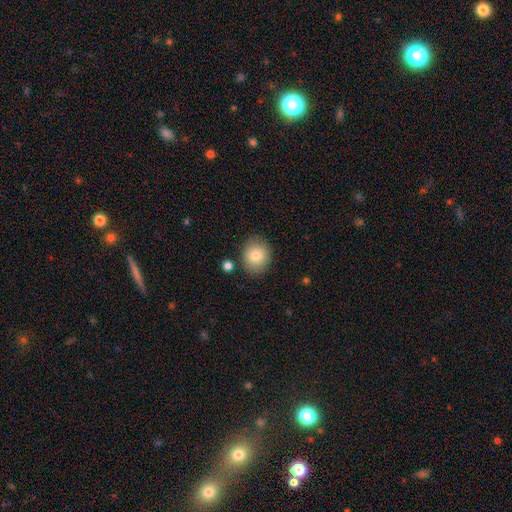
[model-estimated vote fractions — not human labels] Smooth or featured: smooth — 82% (featured or disk — 9%)
How rounded: round — 65% (in between — 34%)
Merging: none — 82% (minor disturbance — 11%)